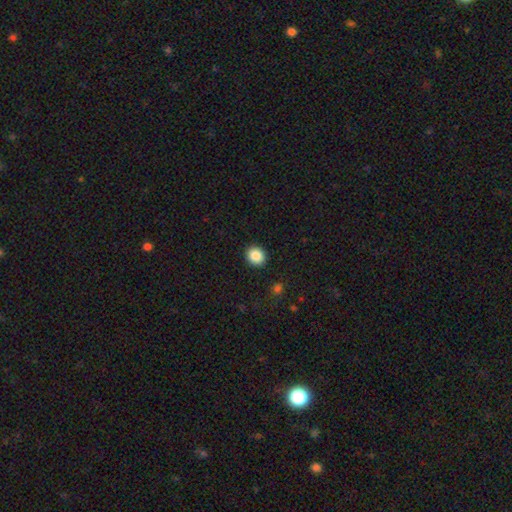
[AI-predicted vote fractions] Smooth or featured: smooth — 87% (star or artifact — 9%)
How rounded: round — 73% (in between — 26%)
Merging: none — 91% (minor disturbance — 6%)